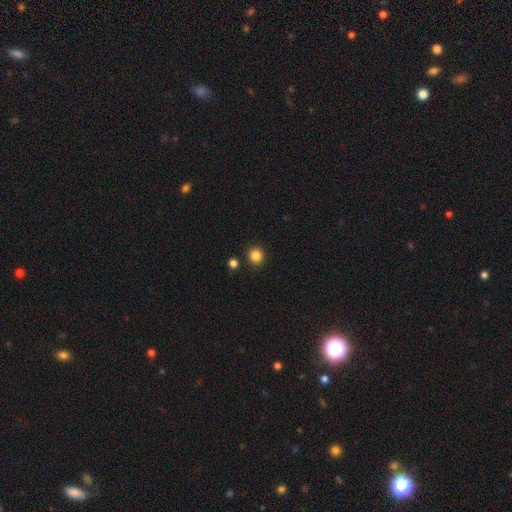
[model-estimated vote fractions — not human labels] A smooth galaxy with no disk features (85%) that is round (86%). Merging: none (88%).